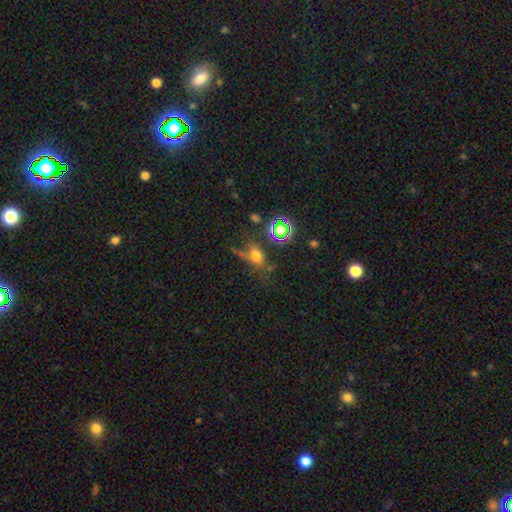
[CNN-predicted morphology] Smooth or featured?
  - smooth: 56% *
  - star or artifact: 25%
  - featured or disk: 19%
How rounded?
  - in between: 66% *
  - round: 27%
  - cigar-shaped: 7%
Merging?
  - none: 51% *
  - minor disturbance: 20%
  - major disturbance: 19%
  - merger: 11%